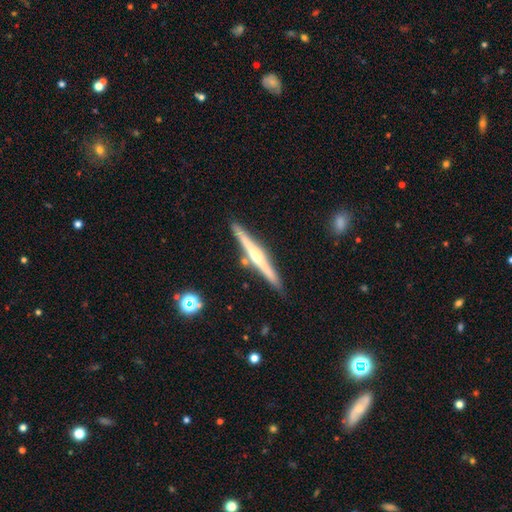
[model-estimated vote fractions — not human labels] A featured or disk galaxy (77%) viewed edge-on (98%) with a rounded central bulge (83%). Merging: none (88%).